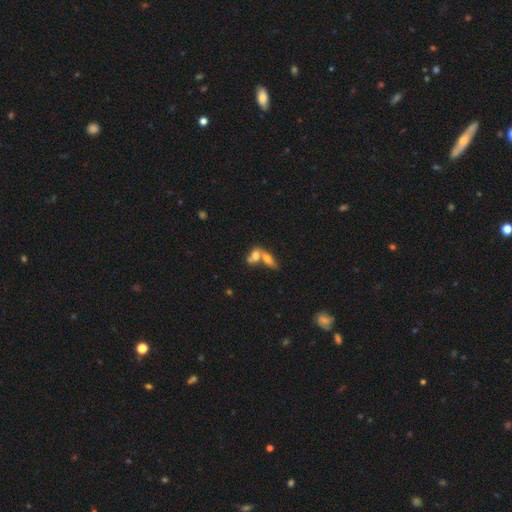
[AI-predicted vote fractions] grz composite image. It shows a smooth galaxy with no disk features (47%). Merging: none (43%).